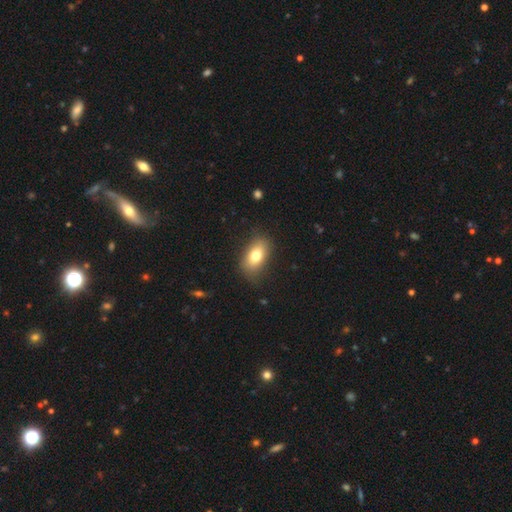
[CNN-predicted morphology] Smooth or featured: smooth — 75% (featured or disk — 16%)
How rounded: in between — 87% (round — 9%)
Merging: none — 80% (minor disturbance — 15%)